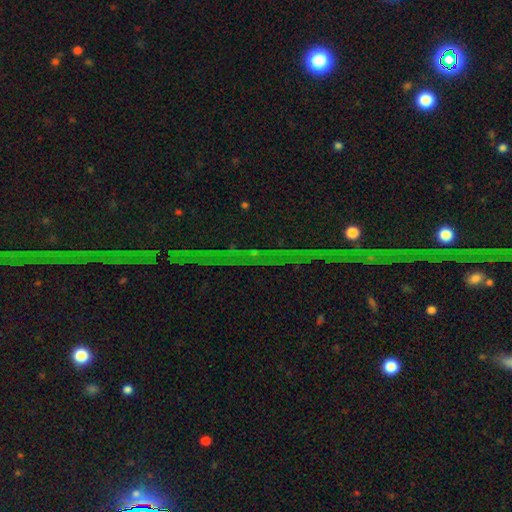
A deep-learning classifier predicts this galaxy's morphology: This appears to be a star or artifact, not a galaxy (81%).